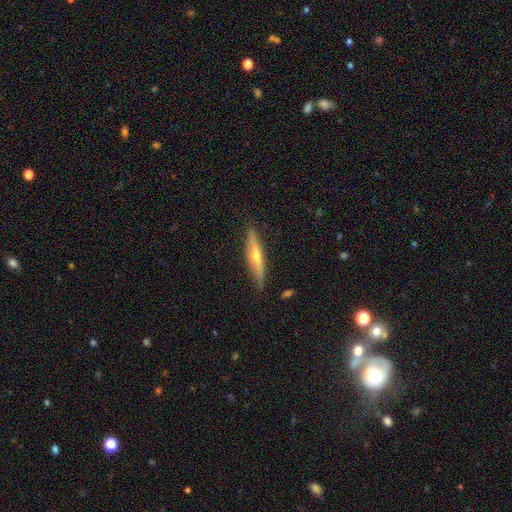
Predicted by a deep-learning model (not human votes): smooth_or_featured: featured or disk (p=0.66) [alt: smooth p=0.28]
disk_edge_on: yes (p=0.95) [alt: no p=0.05]
edge_on_bulge: rounded (p=0.84) [alt: none p=0.12]
merging: none (p=0.86) [alt: minor disturbance p=0.10]